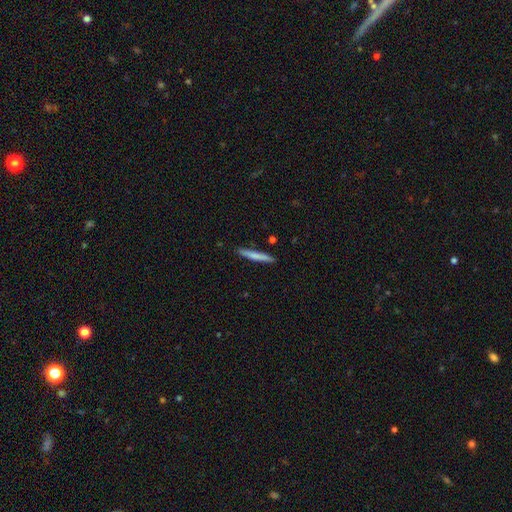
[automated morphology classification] Smooth or featured: smooth — 73% (featured or disk — 22%)
How rounded: cigar-shaped — 95% (in between — 4%)
Merging: none — 89% (minor disturbance — 8%)